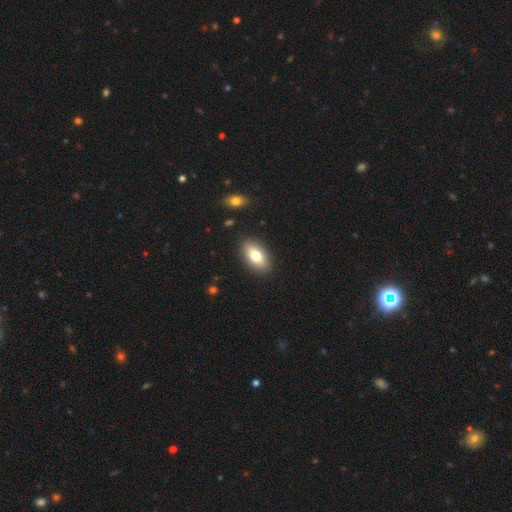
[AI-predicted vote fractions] Smooth or featured? smooth (77%)
How rounded? in between (91%)
Merging? none (88%)